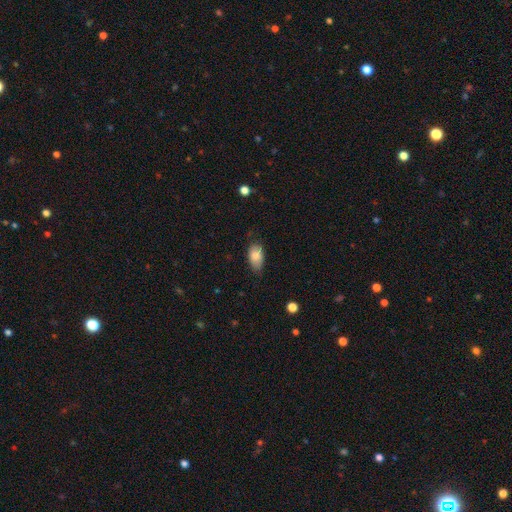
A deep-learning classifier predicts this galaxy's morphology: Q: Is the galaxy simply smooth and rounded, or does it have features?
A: smooth — 83%.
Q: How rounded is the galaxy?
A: in between — 92%.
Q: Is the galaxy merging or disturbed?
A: none — 70%.